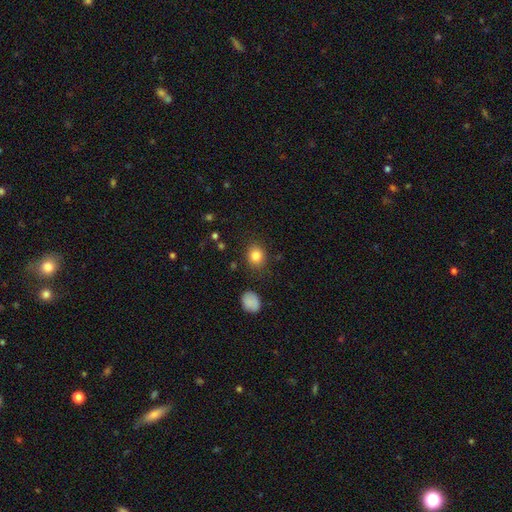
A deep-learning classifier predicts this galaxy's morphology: Q: Smooth or featured?
A: smooth (84%); runner-up: star or artifact (11%)
Q: How rounded?
A: round (69%); runner-up: in between (30%)
Q: Merging?
A: none (83%); runner-up: minor disturbance (11%)